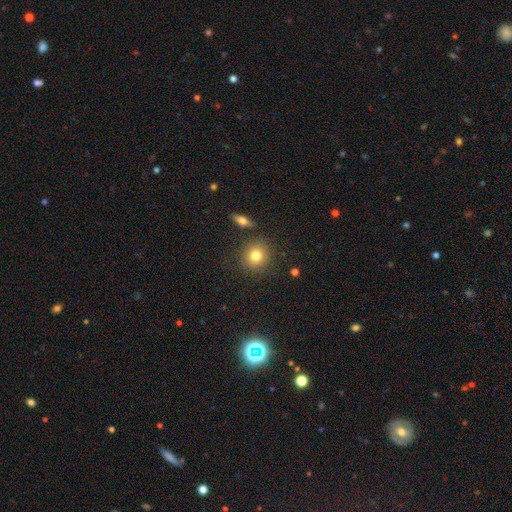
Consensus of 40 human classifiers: Smooth or featured? 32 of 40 (80%) said smooth. How rounded? 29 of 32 (91%) said round. Merging? 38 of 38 (100%) said none.